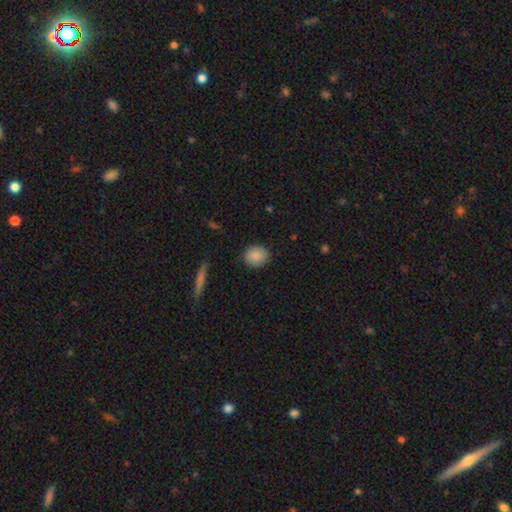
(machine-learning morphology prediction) Overall: smooth (88%). How rounded: round (72%). Merging: none (88%).